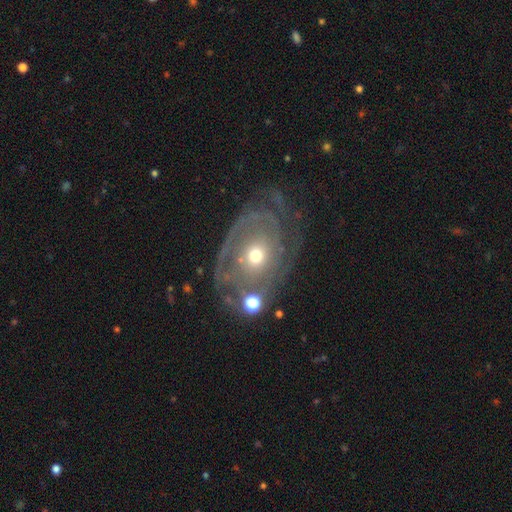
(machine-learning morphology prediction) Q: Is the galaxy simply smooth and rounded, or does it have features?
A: featured or disk — 74%.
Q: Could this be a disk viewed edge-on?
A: no — 96%.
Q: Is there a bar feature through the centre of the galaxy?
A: no — 84%.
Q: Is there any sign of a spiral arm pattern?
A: yes — 74%.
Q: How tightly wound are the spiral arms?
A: tight — 53%.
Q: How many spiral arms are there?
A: can't tell — 36%.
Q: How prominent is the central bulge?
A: moderate — 50%.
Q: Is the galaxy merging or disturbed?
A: none — 51%.